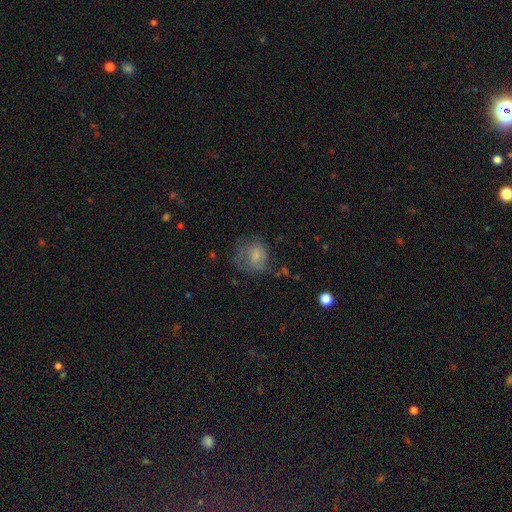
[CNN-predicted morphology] Smooth or featured: smooth — 54% (featured or disk — 37%)
How rounded: round — 63% (in between — 36%)
Merging: none — 42% (major disturbance — 30%)